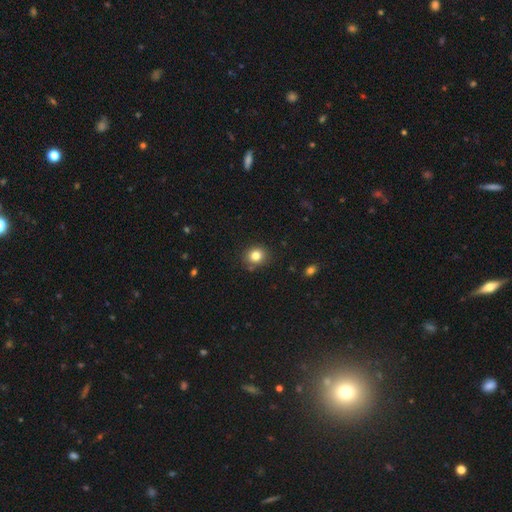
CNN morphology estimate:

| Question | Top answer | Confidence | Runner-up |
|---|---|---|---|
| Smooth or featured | smooth | 82% | star or artifact (12%) |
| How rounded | round | 78% | in between (21%) |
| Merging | none | 85% | minor disturbance (10%) |